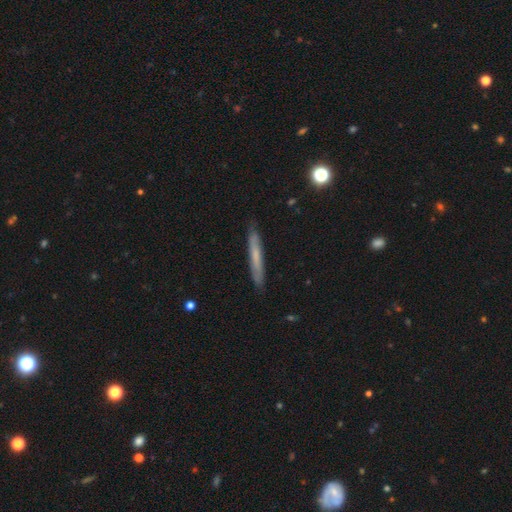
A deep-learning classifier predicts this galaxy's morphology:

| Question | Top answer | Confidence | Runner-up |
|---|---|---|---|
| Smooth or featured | smooth | 55% | featured or disk (38%) |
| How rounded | cigar-shaped | 95% | in between (3%) |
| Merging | none | 87% | minor disturbance (10%) |